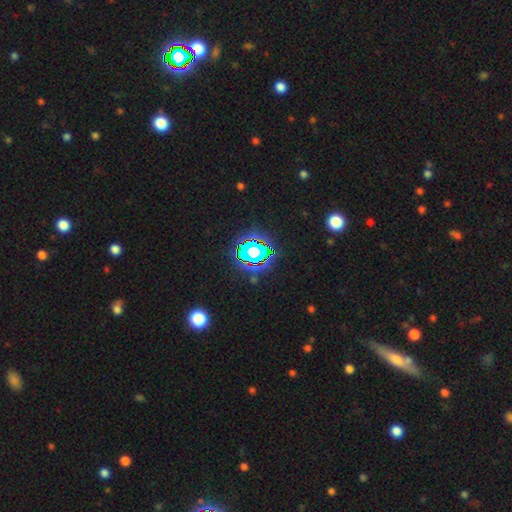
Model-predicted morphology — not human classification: This appears to be a star or artifact, not a galaxy (77%).